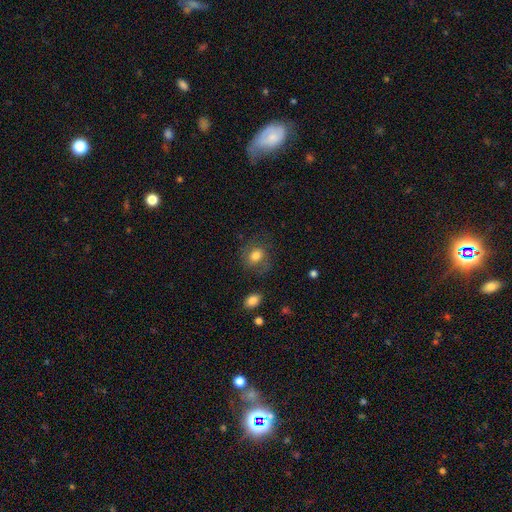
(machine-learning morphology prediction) Overall: smooth (74%). How rounded: round (53%; in between 46%). Merging: none (69%).